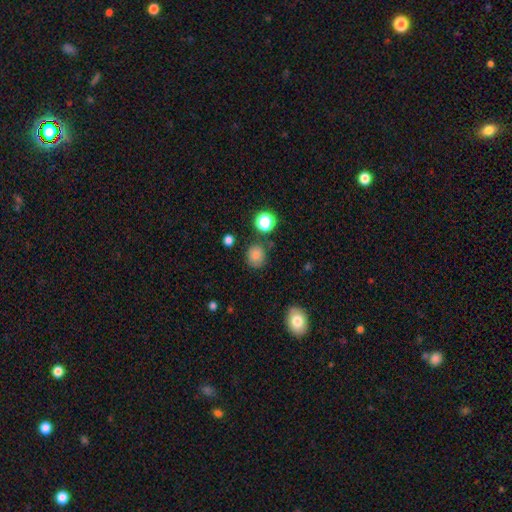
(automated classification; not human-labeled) Smooth or featured? Predicted: smooth (p=0.80). How rounded? Predicted: round (p=0.79). Merging? Predicted: none (p=0.78).